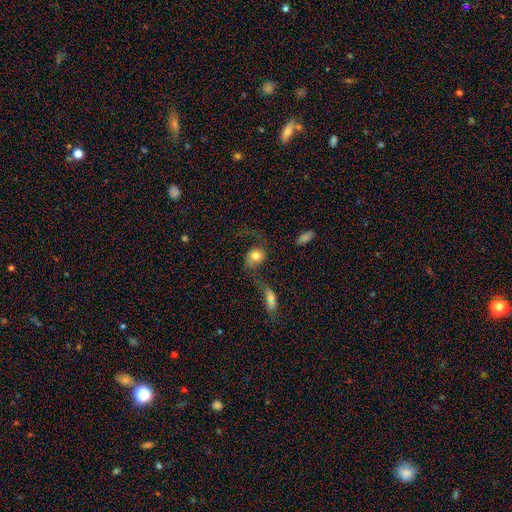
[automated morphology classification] Overall: smooth (47%; featured or disk 45%). Merging: none (32%; merger 31%).